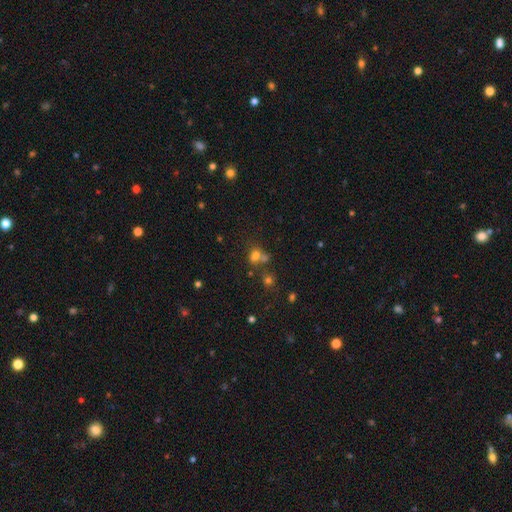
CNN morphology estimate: The model was most divided on "how rounded" (2-way tie): round: 49%, in between: 49%, cigar-shaped: 2%. Remaining: smooth or featured — smooth (67%); merging — none (43%).